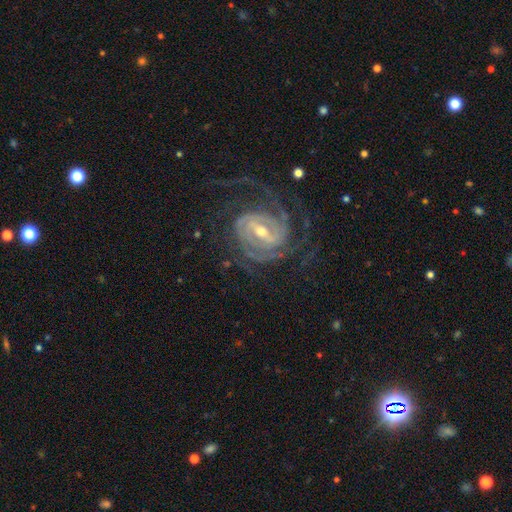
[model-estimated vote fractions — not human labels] smooth-or-featured: featured or disk: 88% | star or artifact: 7% | smooth: 5%
  disk-edge-on: no: 97% | yes: 3%
    bar: strong: 50% | weak: 37% | no: 12%
    has-spiral-arms: yes: 97% | no: 3%
      spiral-winding: tight: 56% | medium: 36% | loose: 8%
      spiral-arm-count: 2: 38% | 3: 20% | can't tell: 19% | 4: 10% | 1: 6% | more than 4: 6%
    bulge-size: small: 59% | moderate: 36% | large: 2% | none: 1% | dominant: 1%
  merging: none: 69% | major disturbance: 15% | minor disturbance: 14% | merger: 1%